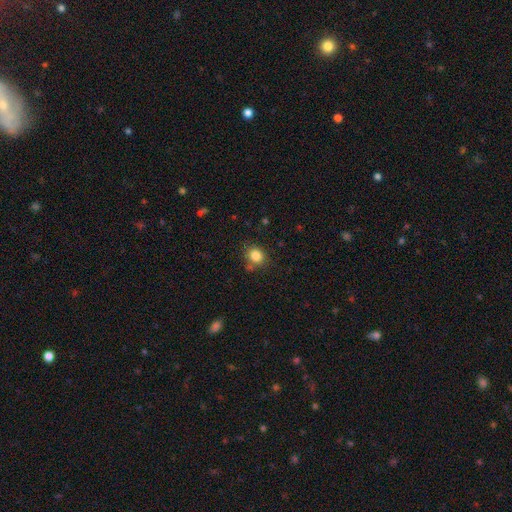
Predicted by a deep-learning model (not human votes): This is clearly a smooth galaxy (83%). How rounded: likely round (66%). Merging: likely none (74%).